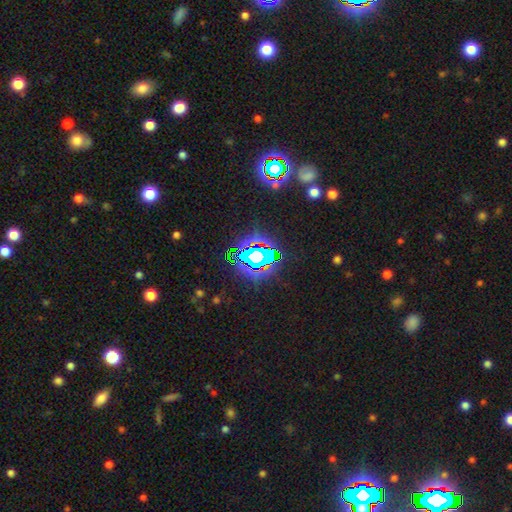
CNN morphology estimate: A star or artifact, not a galaxy (75%).

Vote fractions:
- Smooth or featured? star or artifact: 75% / smooth: 14% / featured or disk: 11%